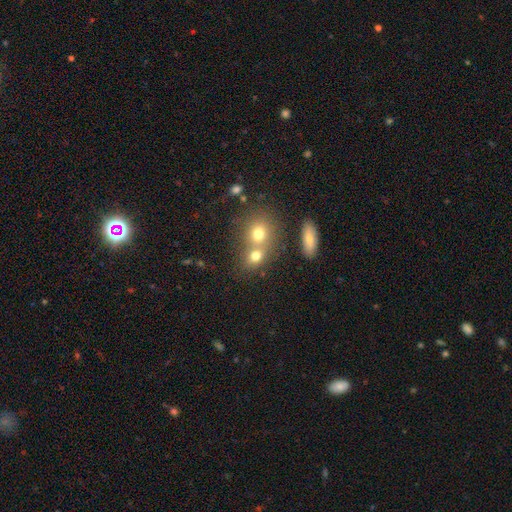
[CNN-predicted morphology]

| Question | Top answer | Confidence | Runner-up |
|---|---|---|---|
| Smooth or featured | smooth | 73% | star or artifact (14%) |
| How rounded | round | 64% | in between (34%) |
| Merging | merger | 46% | none (43%) |